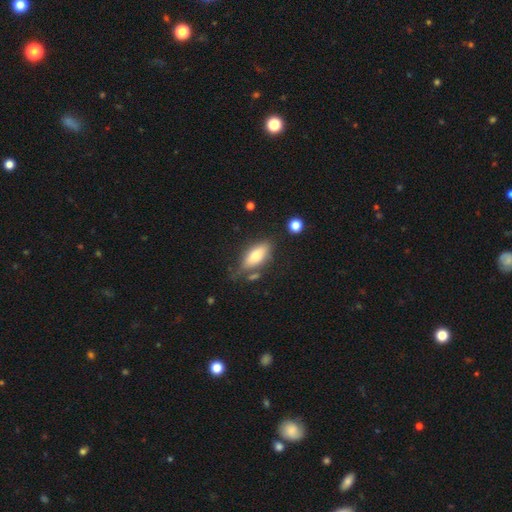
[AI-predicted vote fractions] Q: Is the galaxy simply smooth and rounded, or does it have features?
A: smooth — 71%.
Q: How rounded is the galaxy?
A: in between — 76%.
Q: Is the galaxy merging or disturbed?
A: none — 66%.